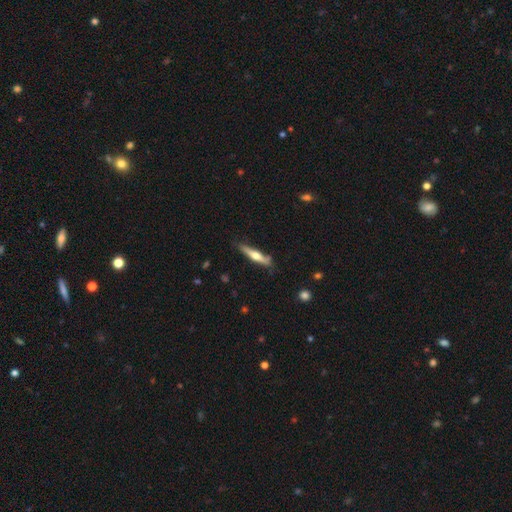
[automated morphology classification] Smooth or featured: featured or disk — 55% (smooth — 40%)
Edge-on disk: yes — 94% (no — 6%)
Edge-on bulge: rounded — 91% (none — 5%)
Merging: none — 80% (minor disturbance — 15%)